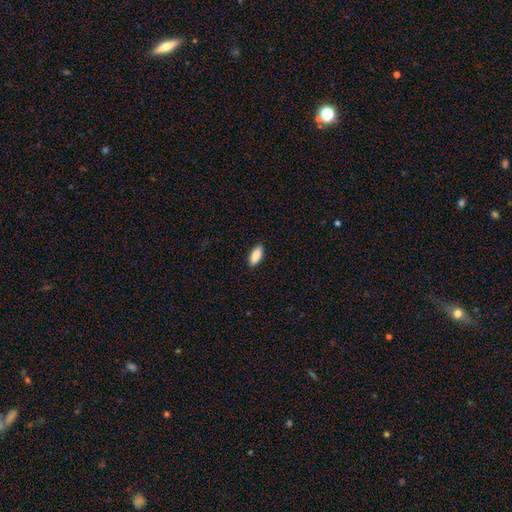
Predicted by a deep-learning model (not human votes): This is clearly a smooth galaxy (89%). How rounded: clearly in between (87%). Merging: clearly none (89%).